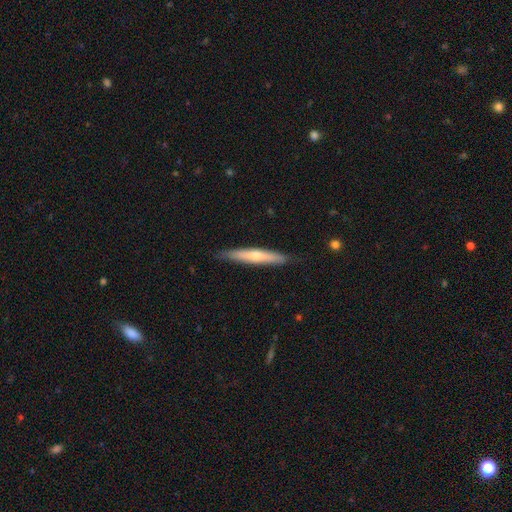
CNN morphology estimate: Smooth or featured? smooth (51%)
How rounded? cigar-shaped (93%)
Merging? none (86%)